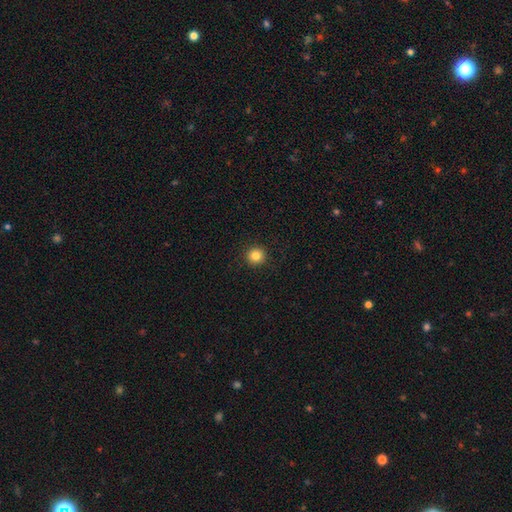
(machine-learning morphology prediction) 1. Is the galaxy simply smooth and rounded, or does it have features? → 84% smooth, 11% star or artifact, 5% featured or disk.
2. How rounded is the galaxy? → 95% round, 4% in between, 1% cigar-shaped.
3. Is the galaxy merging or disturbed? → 93% none, 5% minor disturbance, 2% major disturbance, 1% merger.